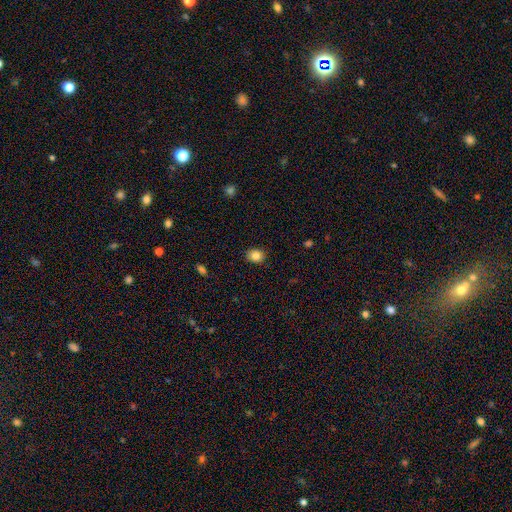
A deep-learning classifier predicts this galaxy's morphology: Smooth or featured? smooth (84%)
How rounded? round (60%)
Merging? none (89%)